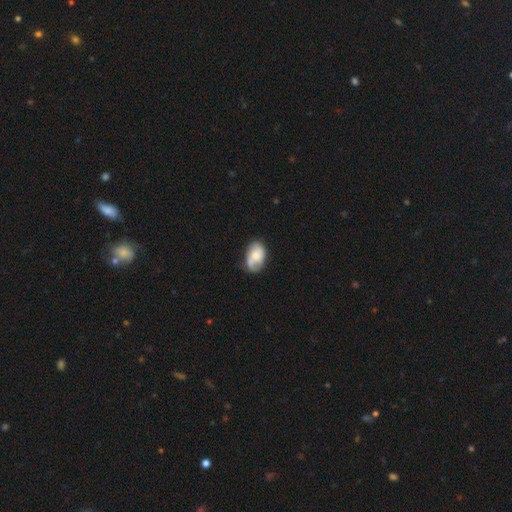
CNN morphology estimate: smooth-or-featured: featured or disk: 51% | smooth: 42% | star or artifact: 7%
  disk-edge-on: no: 96% | yes: 4%
  merging: none: 56% | minor disturbance: 28% | major disturbance: 11% | merger: 5%